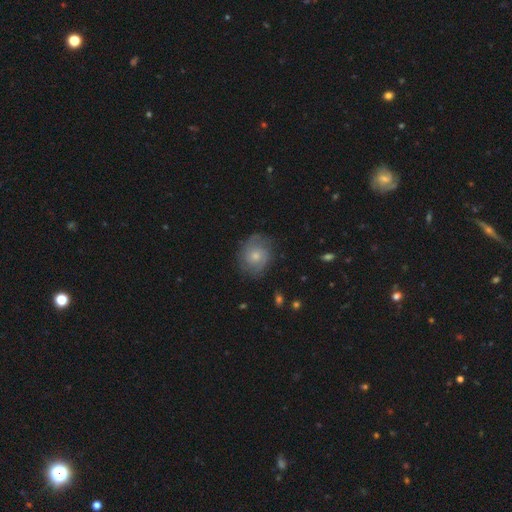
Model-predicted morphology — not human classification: This appears to be a featured or disk galaxy (64%) with no bar (75%), 2 (63%) tight (48%) spiral arms (88%) and a moderate central bulge (51%). Merging: none (75%).